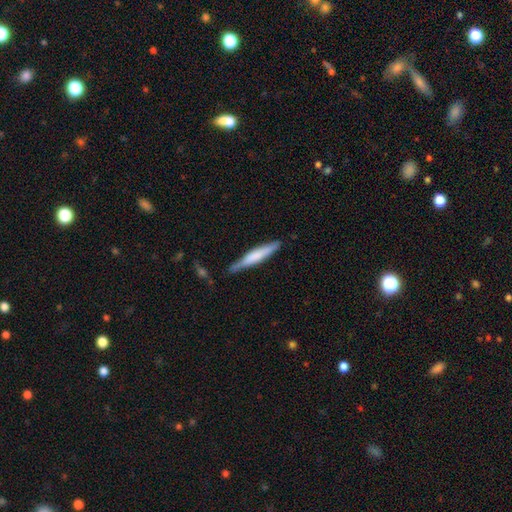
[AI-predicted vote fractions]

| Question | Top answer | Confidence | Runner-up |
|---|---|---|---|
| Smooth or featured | smooth | 58% | featured or disk (37%) |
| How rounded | cigar-shaped | 92% | in between (7%) |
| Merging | none | 76% | minor disturbance (18%) |